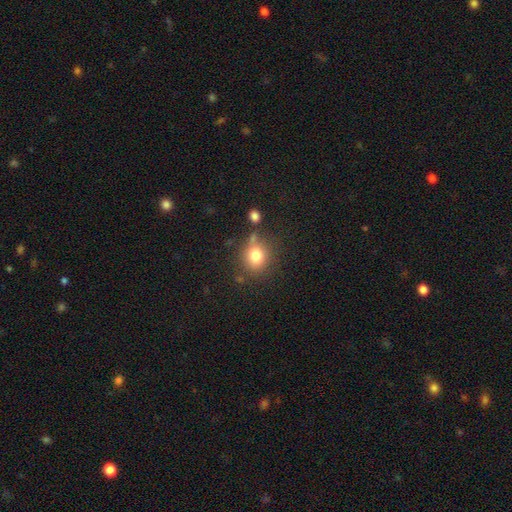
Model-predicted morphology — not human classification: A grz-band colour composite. It shows a smooth galaxy with no disk features (80%) that is round (69%). Merging: none (67%).